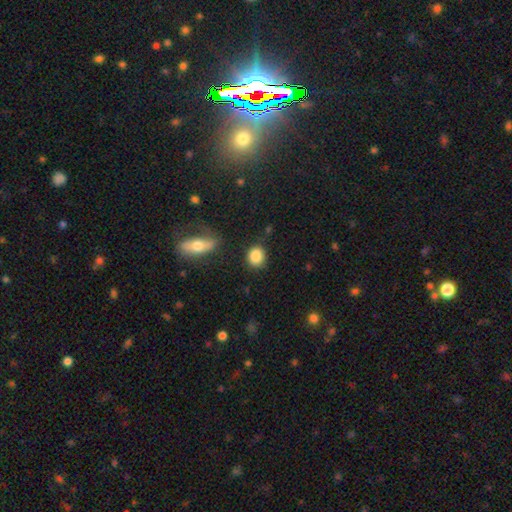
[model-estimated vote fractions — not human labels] Smooth or featured? smooth (87%)
How rounded? round (67%)
Merging? none (79%)